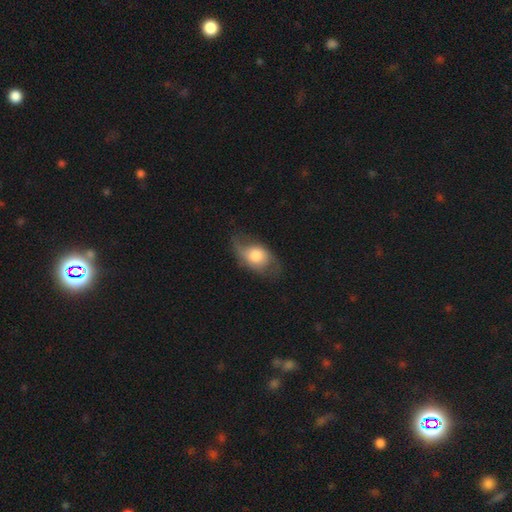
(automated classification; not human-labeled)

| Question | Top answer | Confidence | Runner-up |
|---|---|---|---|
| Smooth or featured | smooth | 56% | featured or disk (37%) |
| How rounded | in between | 83% | round (15%) |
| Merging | none | 58% | minor disturbance (26%) |